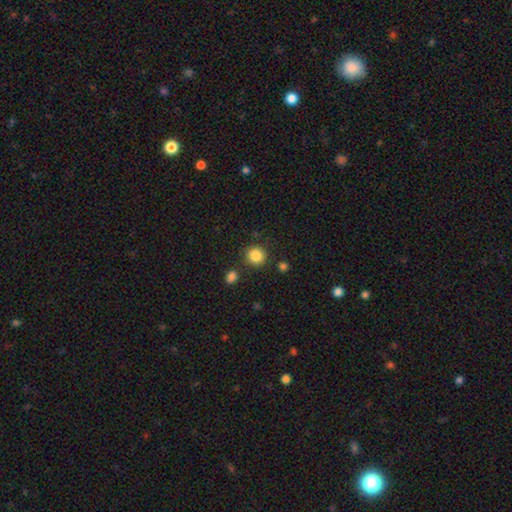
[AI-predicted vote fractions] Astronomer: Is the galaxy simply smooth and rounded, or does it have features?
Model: smooth — 86%.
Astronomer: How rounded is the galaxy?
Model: round — 91%.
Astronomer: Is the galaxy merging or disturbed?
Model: none — 85%.